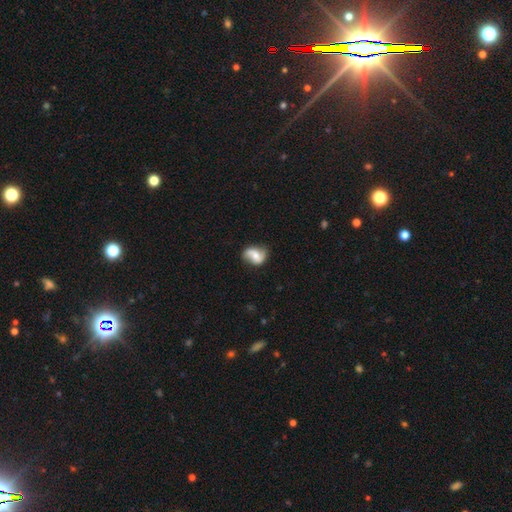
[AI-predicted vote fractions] Overall: featured or disk (62%; smooth 31%). Edge-on disk: no (97%). Bar: no (46%; weak 38%). Spiral arms: yes (89%). Spiral arm count: 2 (87%). Spiral winding: loose (56%; medium 32%). Bulge size: moderate (56%; small 33%). Merging: none (68%).